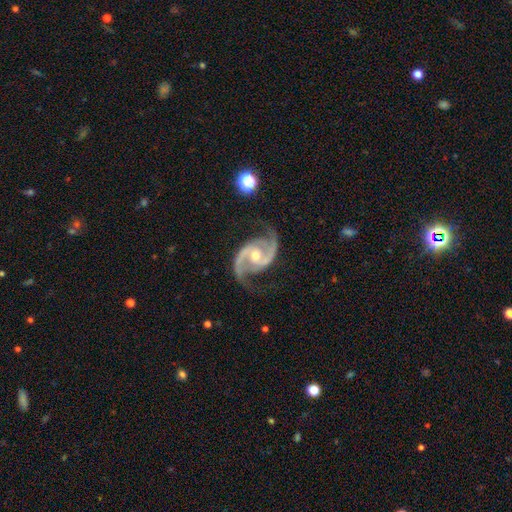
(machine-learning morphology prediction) smooth_or_featured: featured or disk (p=0.94) [alt: star or artifact p=0.04]
disk_edge_on: no (p=0.98) [alt: yes p=0.02]
bar: no (p=0.42) [alt: weak p=0.38]
has_spiral_arms: yes (p=0.99) [alt: no p=0.01]
spiral_winding: medium (p=0.61) [alt: loose p=0.21]
spiral_arm_count: 2 (p=0.94) [alt: 3 p=0.02]
bulge_size: moderate (p=0.58) [alt: small p=0.38]
merging: none (p=0.78) [alt: minor disturbance p=0.15]